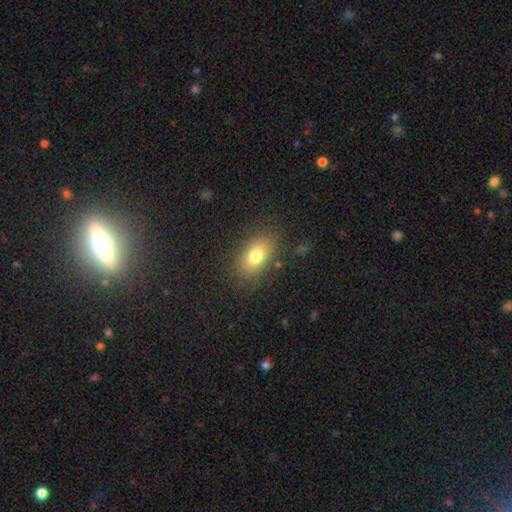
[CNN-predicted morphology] The model was most divided on "smooth or featured": smooth: 77%, featured or disk: 13%, star or artifact: 10%. More confident: how rounded — in between (85%); merging — none (83%).